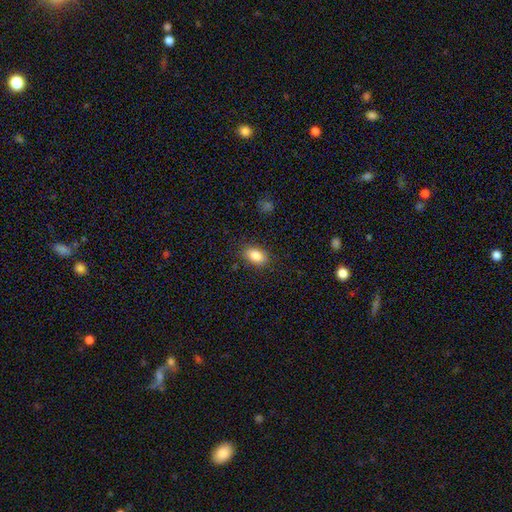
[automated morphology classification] smooth-or-featured: smooth: 85% | star or artifact: 8% | featured or disk: 7%
  how-rounded: in between: 89% | round: 8% | cigar-shaped: 3%
  merging: none: 86% | minor disturbance: 10% | major disturbance: 3% | merger: 1%